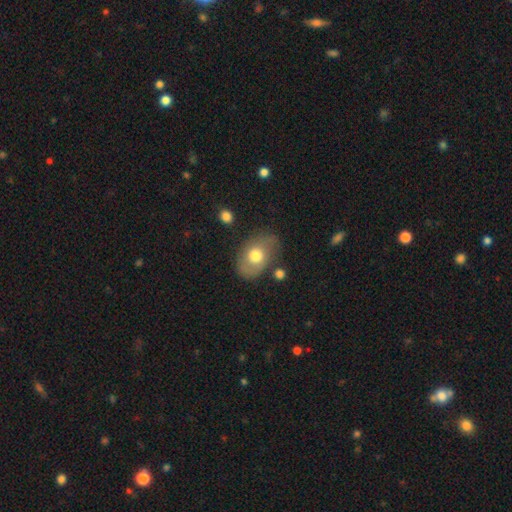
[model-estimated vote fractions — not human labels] Smooth or featured: smooth — 62% (featured or disk — 31%)
How rounded: in between — 81% (round — 18%)
Merging: none — 69% (minor disturbance — 20%)